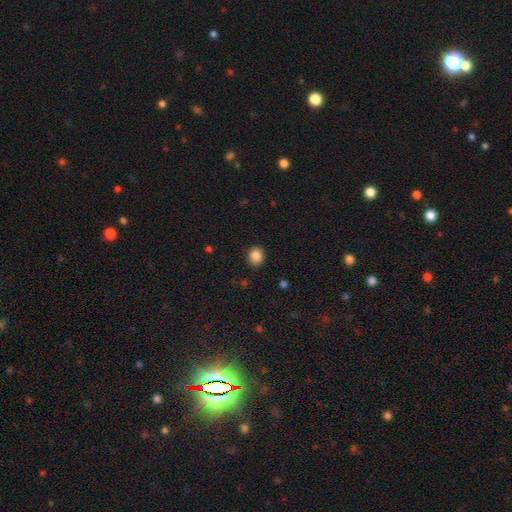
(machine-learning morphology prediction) Smooth or featured? Predicted: smooth (p=0.86). How rounded? Predicted: round (p=0.73). Merging? Predicted: none (p=0.90).